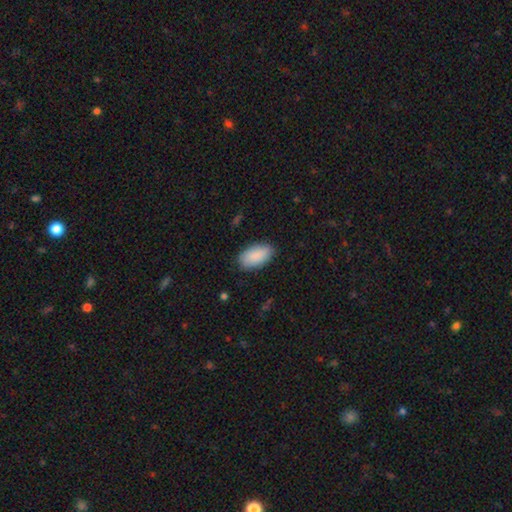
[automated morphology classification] Smooth or featured?
  - smooth: 90% *
  - star or artifact: 6%
  - featured or disk: 4%
How rounded?
  - in between: 95% *
  - round: 3%
  - cigar-shaped: 2%
Merging?
  - none: 86% *
  - minor disturbance: 11%
  - major disturbance: 2%
  - merger: 1%